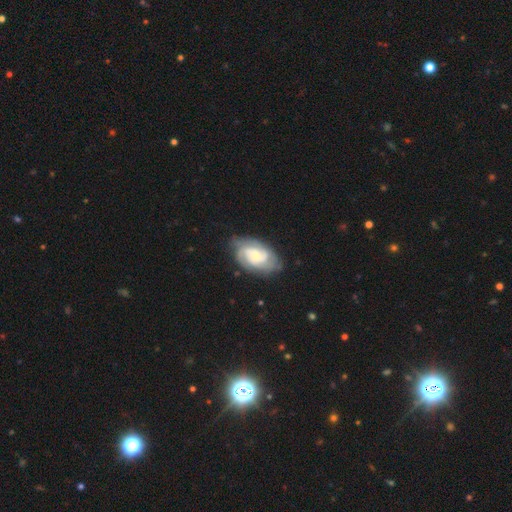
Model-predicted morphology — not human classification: A featured or disk galaxy (83%) with no bar (56%), 2 (51%) tight (56%) spiral arms (96%) and a small central bulge (55%). Merging: none (74%).